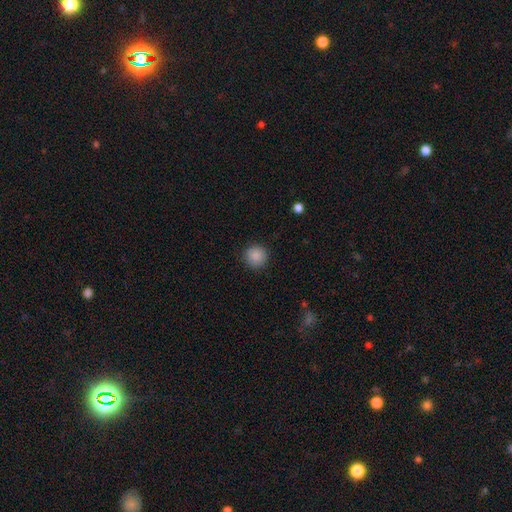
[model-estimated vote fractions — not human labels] smooth 88%, star or artifact 9%, featured or disk 3%. Down the decision tree: how rounded — round (94%); merging — none (90%).